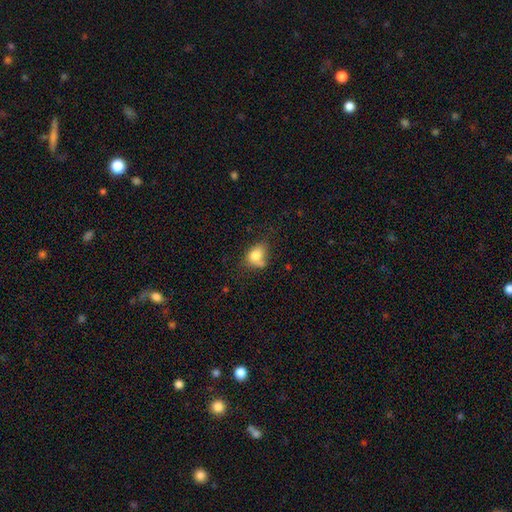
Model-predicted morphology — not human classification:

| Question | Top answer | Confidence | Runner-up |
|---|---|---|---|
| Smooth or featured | smooth | 78% | featured or disk (12%) |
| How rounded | in between | 61% | round (38%) |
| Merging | none | 47% | minor disturbance (27%) |